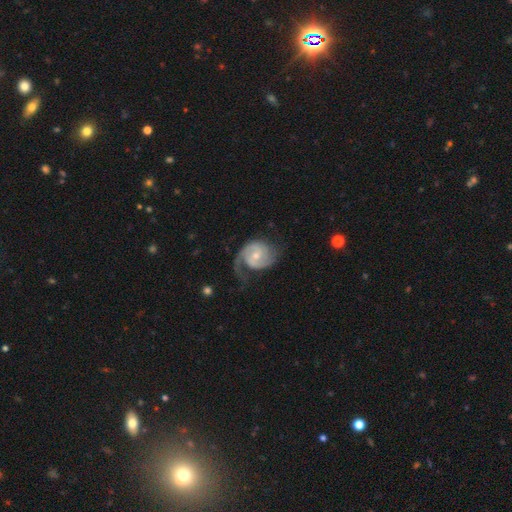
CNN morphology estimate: Smooth or featured? featured or disk (83%)
Edge-on disk? no (98%)
Bar? no (54%)
Spiral arms? yes (95%)
Spiral winding? medium (45%)
Spiral arm count? 2 (67%)
Bulge size? small (52%)
Merging? none (49%)